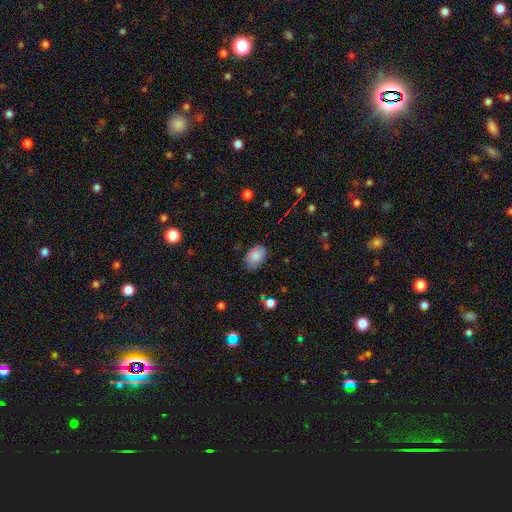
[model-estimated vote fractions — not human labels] A smooth galaxy with no disk features (83%) that is in between round and cigar-shaped (88%). Merging: none (74%).